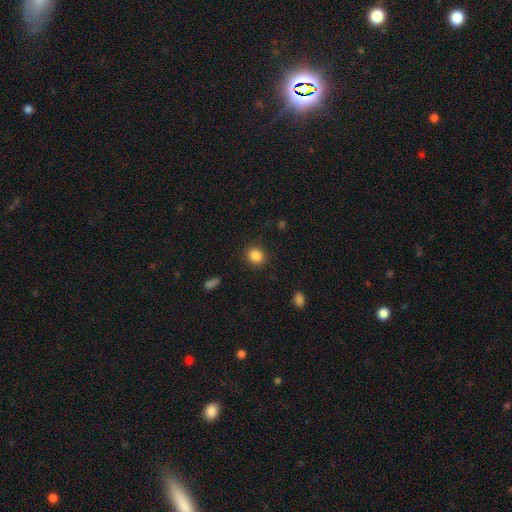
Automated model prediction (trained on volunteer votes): A smooth galaxy with no disk features (85%) that is round (79%). Merging: none (89%).